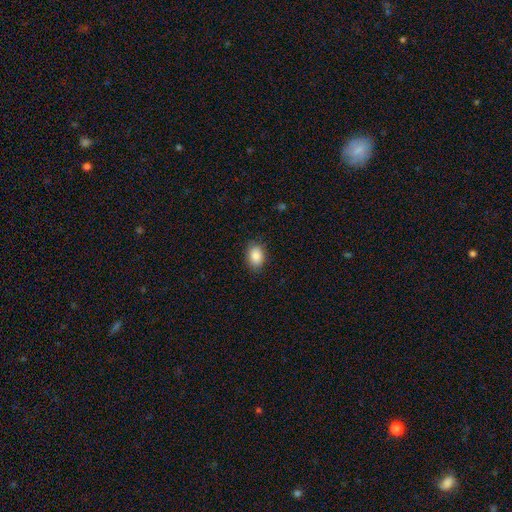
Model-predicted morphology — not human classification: type=smooth (87%); roundness=in between (78%); merging=none (85%).